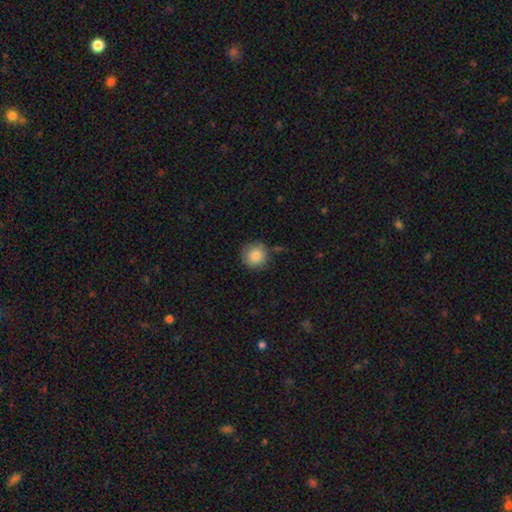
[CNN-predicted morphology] Smooth or featured: smooth — 86% (star or artifact — 8%)
How rounded: round — 94% (in between — 5%)
Merging: none — 80% (minor disturbance — 13%)